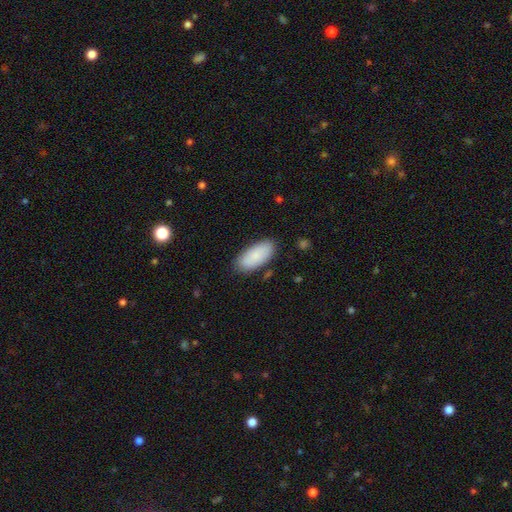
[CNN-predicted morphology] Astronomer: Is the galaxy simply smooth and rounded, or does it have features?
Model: smooth — 86%.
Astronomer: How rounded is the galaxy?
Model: in between — 90%.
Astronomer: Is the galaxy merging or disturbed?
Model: none — 82%.